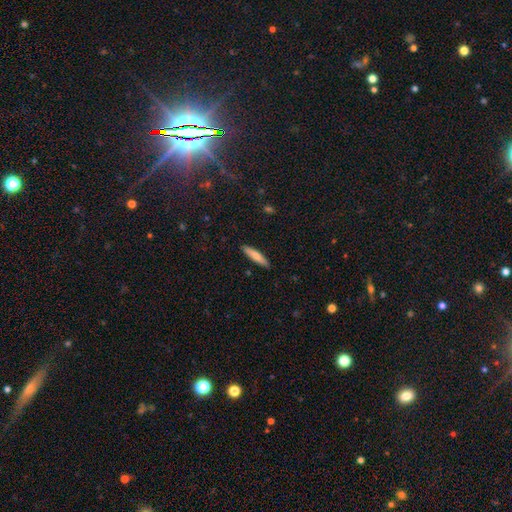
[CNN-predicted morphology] A smooth galaxy with no disk features (73%) that is cigar-shaped (86%).

Vote fractions:
- Smooth or featured? smooth: 73% / featured or disk: 21% / star or artifact: 6%
- How rounded? cigar-shaped: 86% / in between: 13% / round: 1%
- Merging? none: 90% / minor disturbance: 8% / major disturbance: 2% / merger: 1%